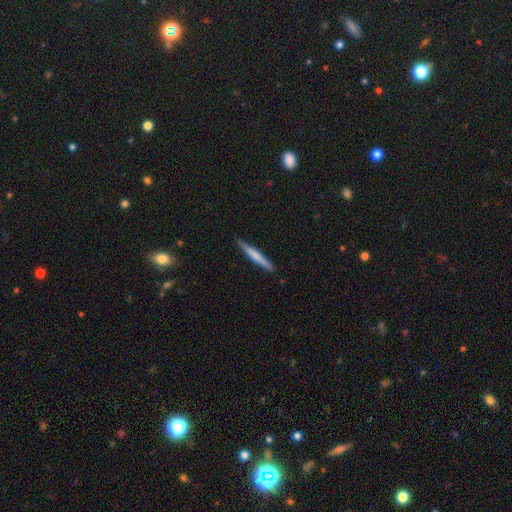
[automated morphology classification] Smooth or featured? smooth (60%)
How rounded? cigar-shaped (96%)
Merging? none (89%)